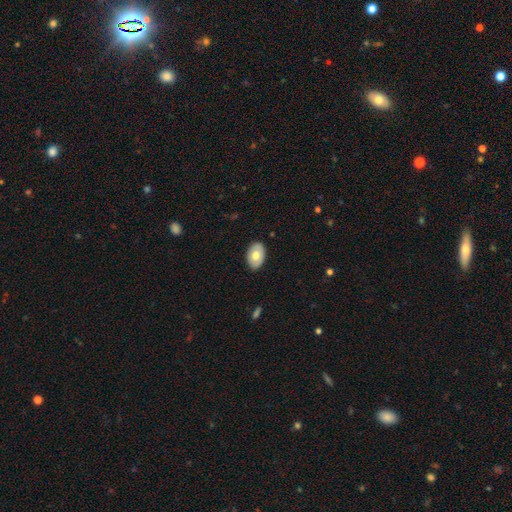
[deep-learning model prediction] Smooth or featured? smooth (66%)
How rounded? in between (87%)
Merging? none (85%)